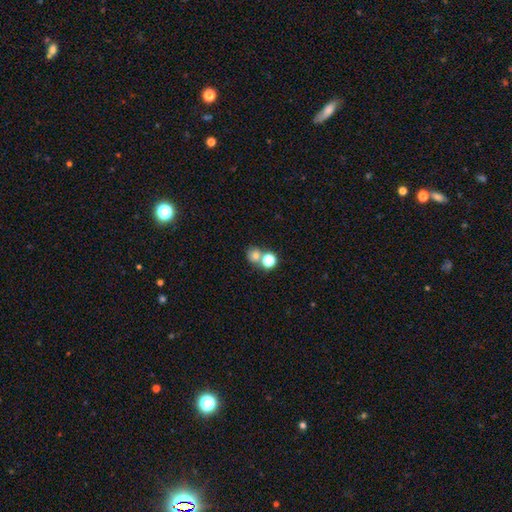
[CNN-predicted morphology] Smooth or featured: smooth — 73% (star or artifact — 16%)
How rounded: round — 83% (in between — 16%)
Merging: none — 49% (merger — 40%)